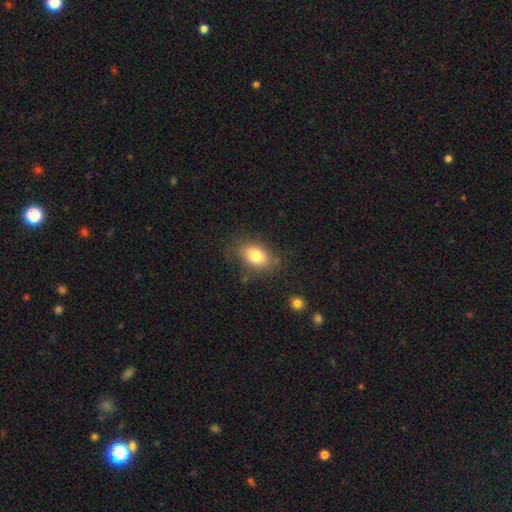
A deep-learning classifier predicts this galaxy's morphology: smooth-or-featured: smooth: 79% | featured or disk: 12% | star or artifact: 9%
  how-rounded: in between: 82% | round: 16% | cigar-shaped: 2%
  merging: none: 75% | minor disturbance: 17% | major disturbance: 6% | merger: 2%